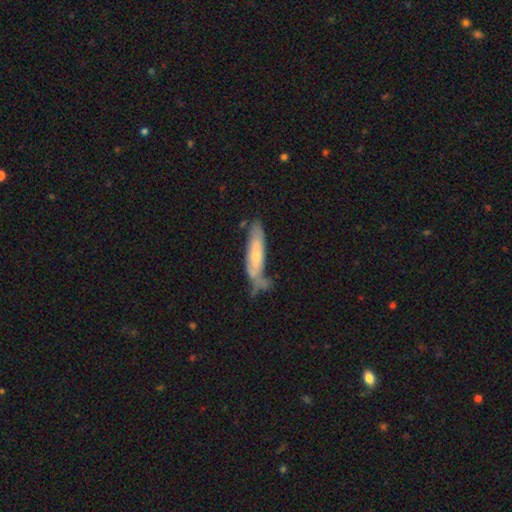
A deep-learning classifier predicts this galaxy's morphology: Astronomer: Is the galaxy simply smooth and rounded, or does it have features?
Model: smooth — 52% (runner-up: featured or disk, 41%).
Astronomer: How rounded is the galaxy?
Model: cigar-shaped — 76%.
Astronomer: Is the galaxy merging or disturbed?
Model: none — 45% (runner-up: minor disturbance, 27%).